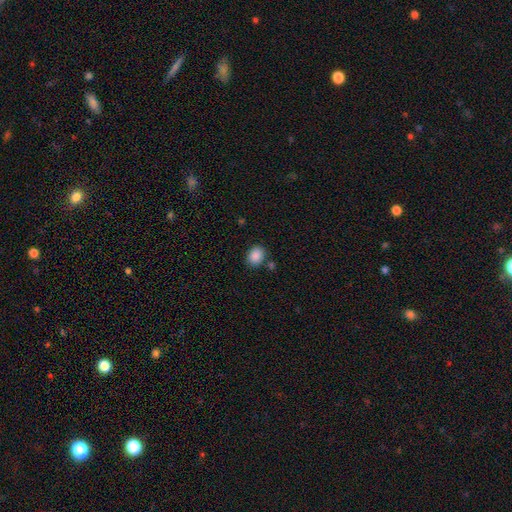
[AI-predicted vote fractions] Smooth or featured? smooth (88%)
How rounded? in between (58%)
Merging? none (81%)